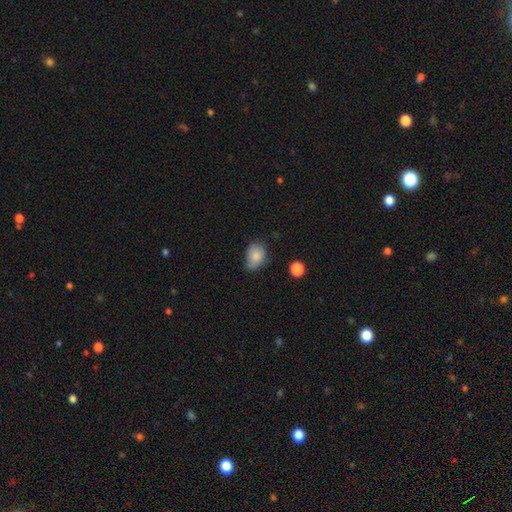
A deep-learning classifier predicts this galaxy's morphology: Smooth or featured: smooth — 83% (star or artifact — 9%)
How rounded: in between — 67% (round — 32%)
Merging: none — 59% (minor disturbance — 33%)